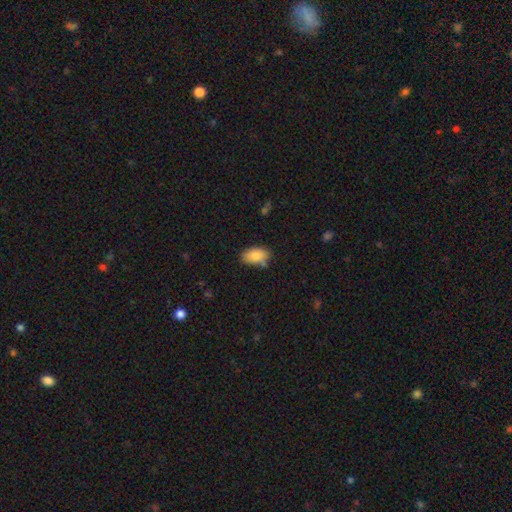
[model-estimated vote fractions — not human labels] The model was most divided on "merging": none: 76%, minor disturbance: 16%, merger: 5%, major disturbance: 3%. More confident: how rounded — in between (93%); smooth or featured — smooth (86%).